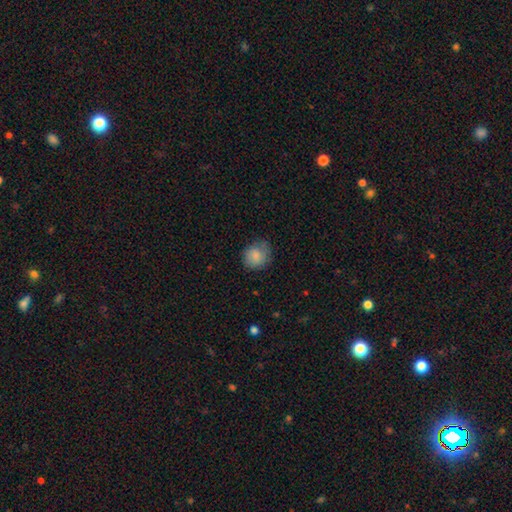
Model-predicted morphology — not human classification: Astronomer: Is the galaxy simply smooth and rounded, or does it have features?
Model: smooth — 85%.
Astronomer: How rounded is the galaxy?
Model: round — 73%.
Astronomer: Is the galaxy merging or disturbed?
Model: none — 68%.